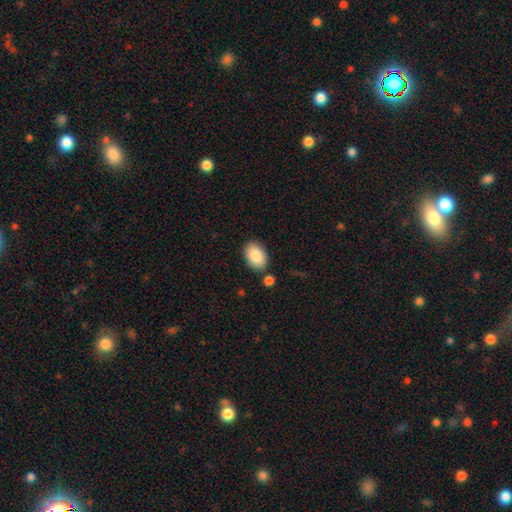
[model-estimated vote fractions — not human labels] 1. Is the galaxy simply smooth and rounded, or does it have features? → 87% smooth, 7% featured or disk, 6% star or artifact.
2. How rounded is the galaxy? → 89% in between, 10% round, 1% cigar-shaped.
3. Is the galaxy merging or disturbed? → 83% none, 10% minor disturbance, 5% merger, 2% major disturbance.